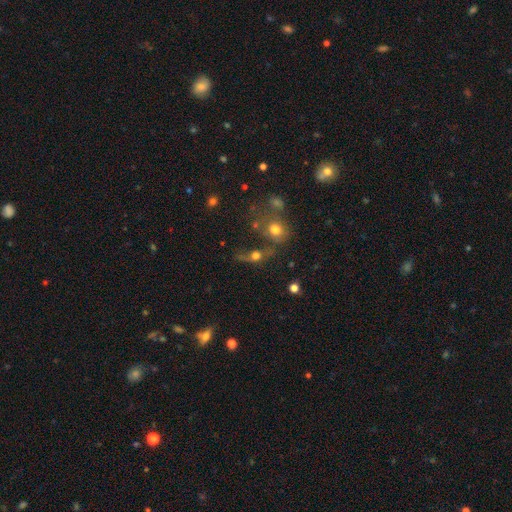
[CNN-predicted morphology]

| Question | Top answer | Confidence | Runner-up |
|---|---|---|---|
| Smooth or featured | smooth | 58% | featured or disk (24%) |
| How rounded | round | 52% | in between (39%) |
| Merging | none | 41% | merger (25%) |